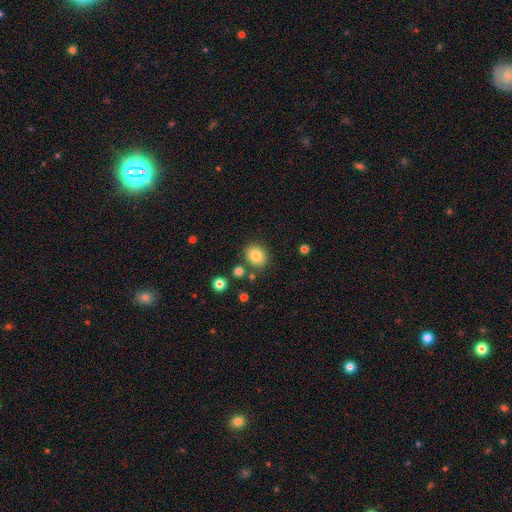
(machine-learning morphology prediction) A smooth galaxy with no disk features (83%) that is round (58%).

Vote fractions:
- Smooth or featured? smooth: 83% / star or artifact: 10% / featured or disk: 7%
- How rounded? round: 58% / in between: 41% / cigar-shaped: 1%
- Merging? none: 82% / minor disturbance: 10% / merger: 6% / major disturbance: 3%